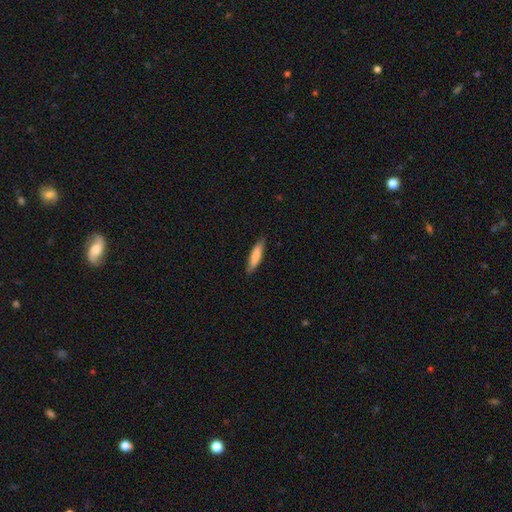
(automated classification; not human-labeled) smooth-or-featured: smooth: 79% | featured or disk: 15% | star or artifact: 5%
  how-rounded: cigar-shaped: 79% | in between: 20% | round: 1%
  merging: none: 84% | minor disturbance: 13% | major disturbance: 2% | merger: 1%